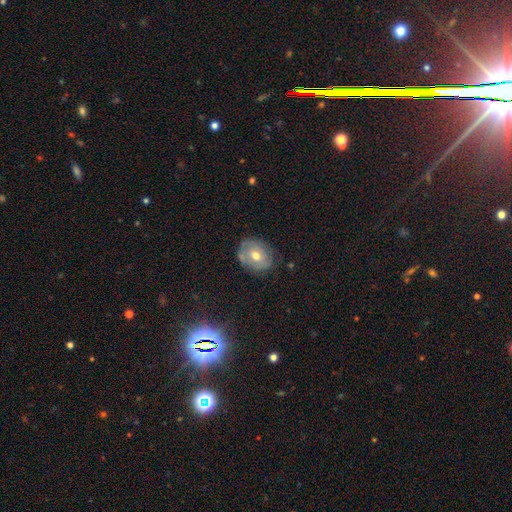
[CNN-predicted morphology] Smooth or featured? smooth (47%)
Merging? none (71%)